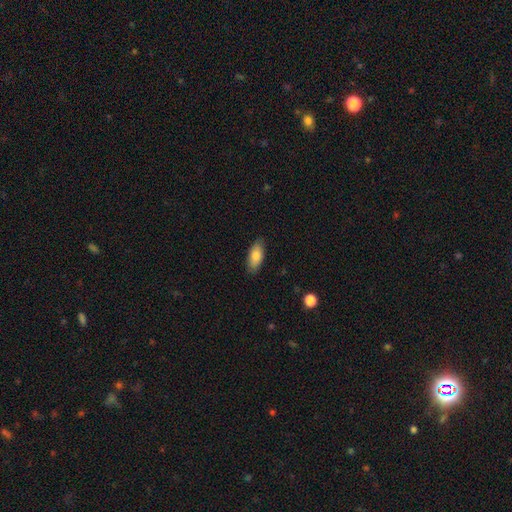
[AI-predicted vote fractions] smooth_or_featured: smooth (p=0.81) [alt: featured or disk p=0.13]
how_rounded: in between (p=0.88) [alt: cigar-shaped p=0.10]
merging: none (p=0.85) [alt: minor disturbance p=0.12]